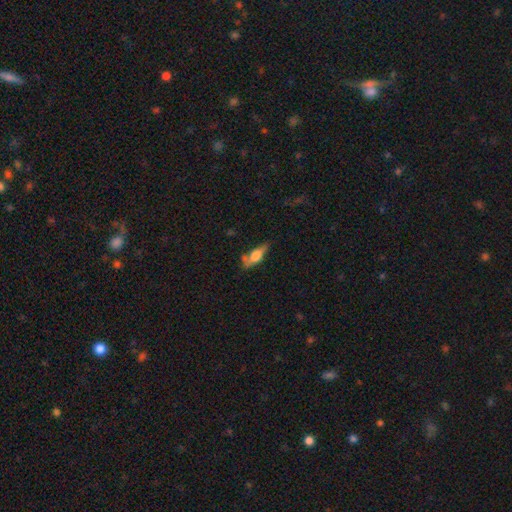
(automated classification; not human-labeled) Smooth or featured? smooth (51%)
How rounded? in between (53%)
Merging? none (58%)